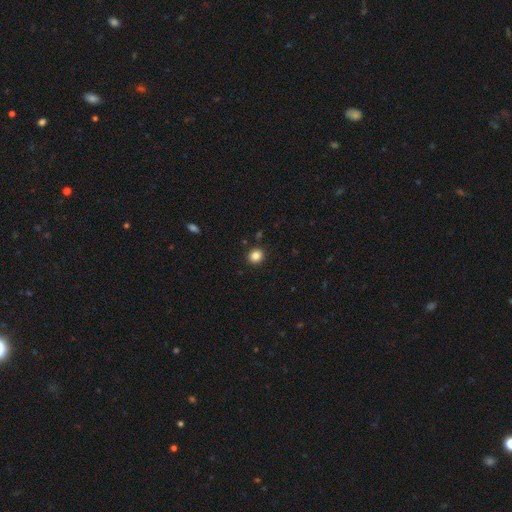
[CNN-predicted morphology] Smooth or featured? Predicted: smooth (p=0.86). How rounded? Predicted: round (p=0.78). Merging? Predicted: none (p=0.90).